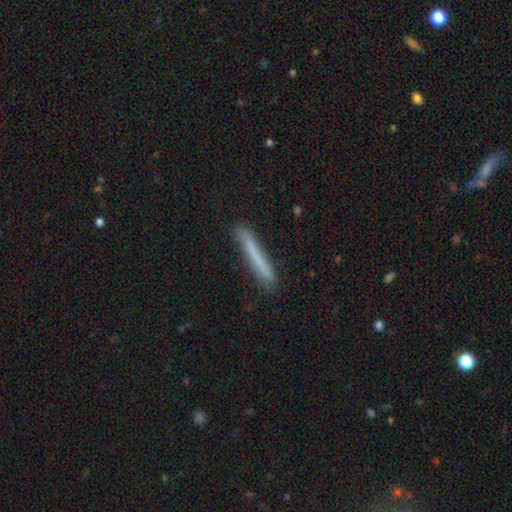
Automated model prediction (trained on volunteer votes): Smooth or featured: smooth — 67% (featured or disk — 26%)
How rounded: cigar-shaped — 97% (in between — 2%)
Merging: none — 86% (minor disturbance — 10%)